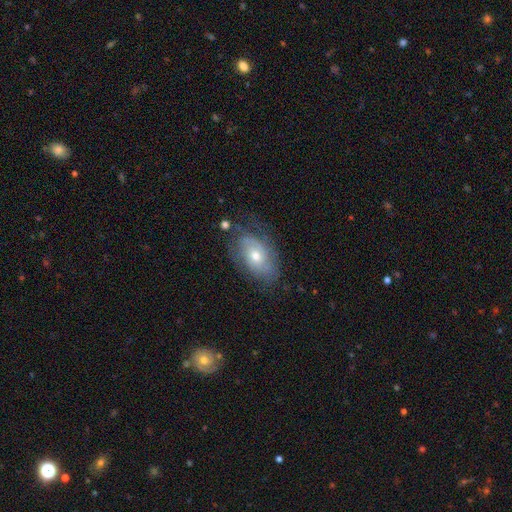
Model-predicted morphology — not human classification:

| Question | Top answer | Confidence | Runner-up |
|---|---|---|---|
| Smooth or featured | featured or disk | 59% | smooth (34%) |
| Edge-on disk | no | 93% | yes (7%) |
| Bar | no | 77% | weak (19%) |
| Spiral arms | yes | 73% | no (27%) |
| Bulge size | moderate | 64% | small (30%) |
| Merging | none | 62% | minor disturbance (25%) |